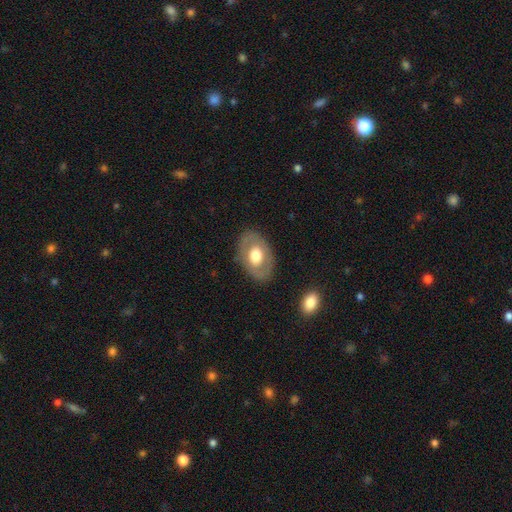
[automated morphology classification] A smooth galaxy with no disk features (51%) that is in between round and cigar-shaped (82%). Merging: none (81%).